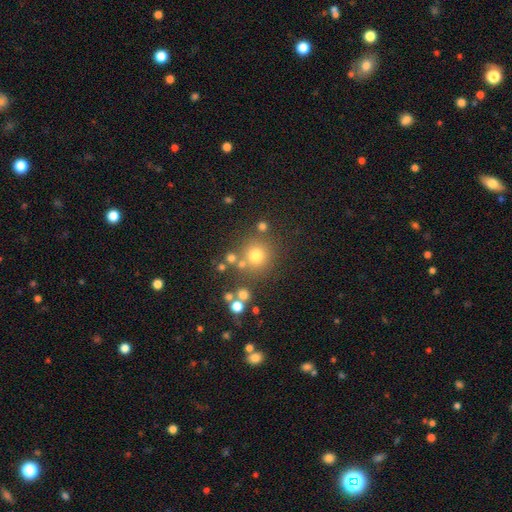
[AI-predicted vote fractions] Smooth or featured?
  - smooth: 71% *
  - star or artifact: 19%
  - featured or disk: 10%
How rounded?
  - round: 93% *
  - in between: 6%
  - cigar-shaped: 1%
Merging?
  - none: 76% *
  - merger: 10%
  - minor disturbance: 9%
  - major disturbance: 5%